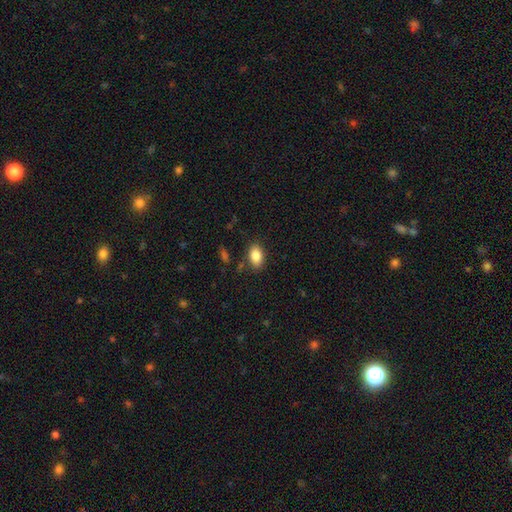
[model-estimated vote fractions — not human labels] smooth-or-featured: smooth: 85% | star or artifact: 8% | featured or disk: 7%
  how-rounded: in between: 89% | round: 9% | cigar-shaped: 2%
  merging: none: 83% | minor disturbance: 12% | major disturbance: 3% | merger: 3%